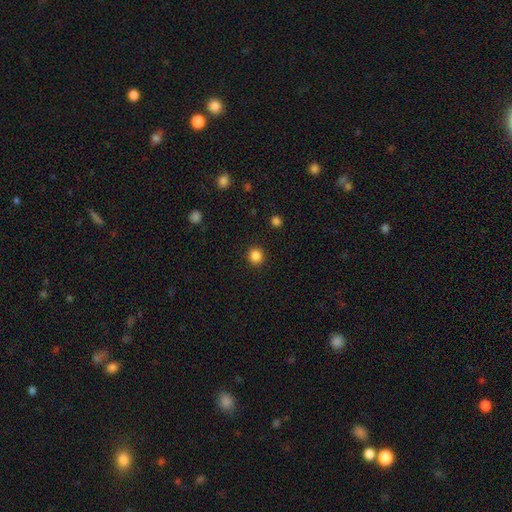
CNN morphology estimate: Smooth or featured? Predicted: smooth (p=0.86). How rounded? Predicted: round (p=0.91). Merging? Predicted: none (p=0.91).